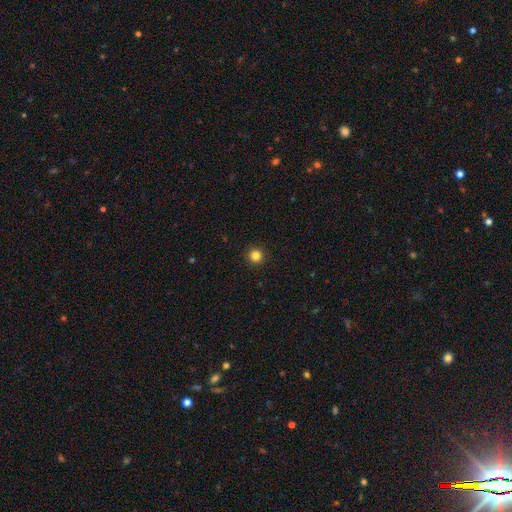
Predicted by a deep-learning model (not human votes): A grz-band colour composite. It shows a smooth galaxy with no disk features (83%) that is round (96%). Merging: none (94%).